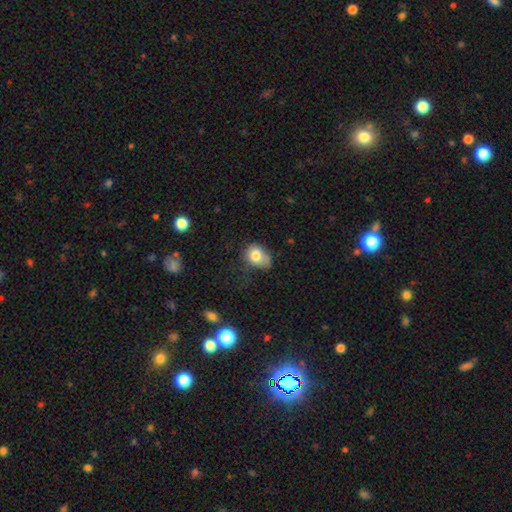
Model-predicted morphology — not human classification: This appears to be a smooth galaxy with no disk features (76%) that is in between round and cigar-shaped (59%). Merging: none (39%).